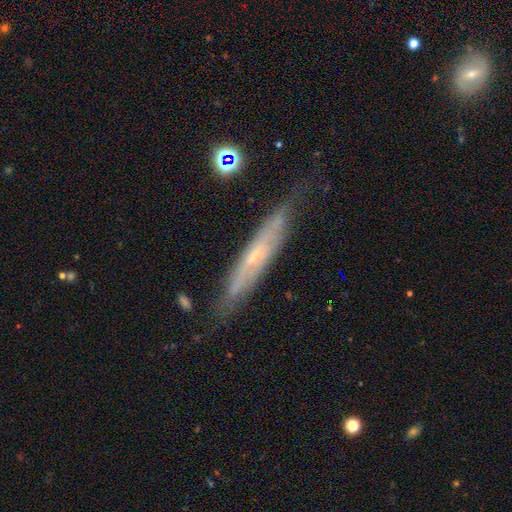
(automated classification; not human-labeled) Smooth or featured? featured or disk (65%)
Edge-on disk? yes (72%)
Merging? none (71%)